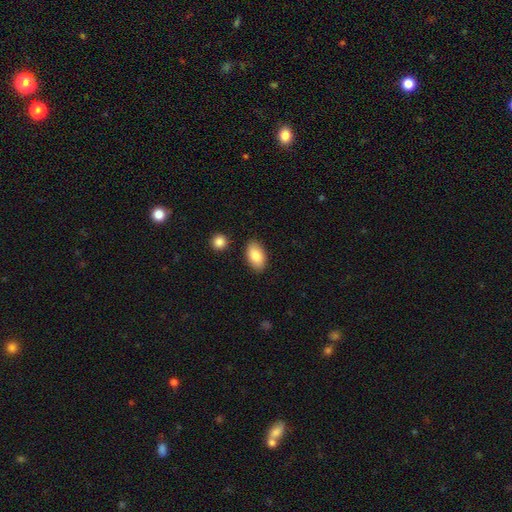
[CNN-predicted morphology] Smooth or featured?
  - smooth: 86% *
  - featured or disk: 8%
  - star or artifact: 6%
How rounded?
  - in between: 94% *
  - round: 4%
  - cigar-shaped: 2%
Merging?
  - none: 85% *
  - minor disturbance: 10%
  - merger: 3%
  - major disturbance: 2%